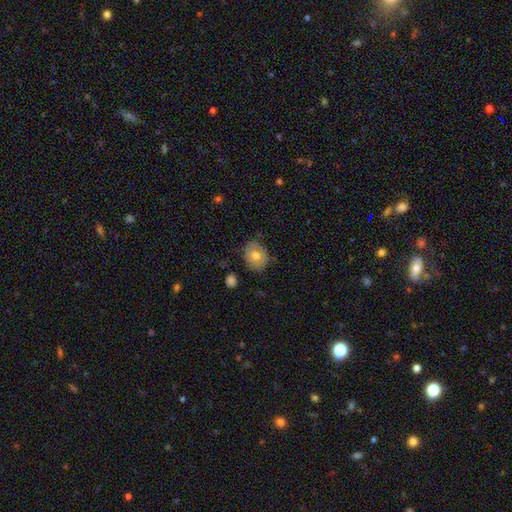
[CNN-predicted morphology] The model was most divided on "how rounded": round: 52%, in between: 47%, cigar-shaped: 1%. More confident: merging — none (78%); smooth or featured — smooth (71%).